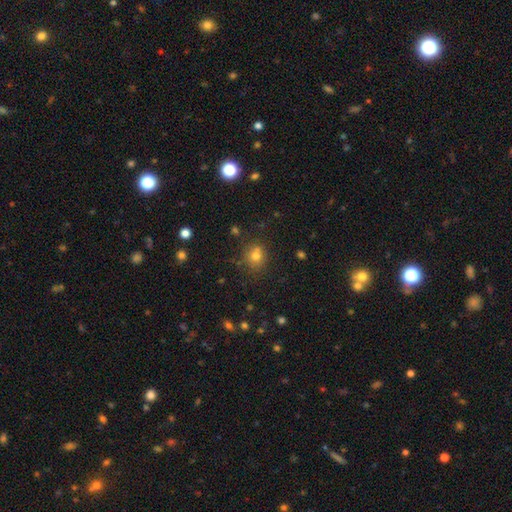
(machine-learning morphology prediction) The model was most divided on "merging": none: 67%, merger: 16%, minor disturbance: 13%, major disturbance: 4%. More confident: how rounded — round (77%); smooth or featured — smooth (71%).